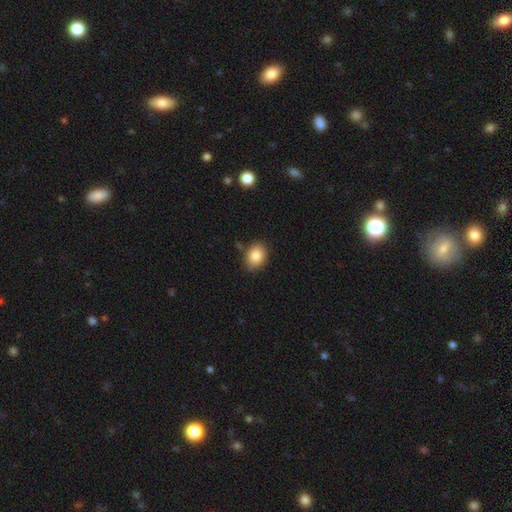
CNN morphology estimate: Smooth or featured? smooth (85%)
How rounded? in between (58%)
Merging? none (80%)